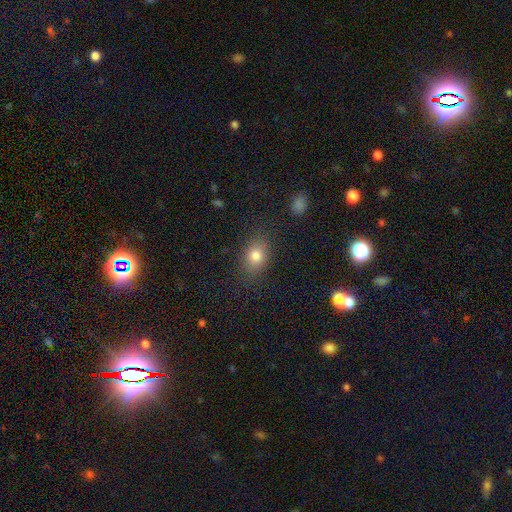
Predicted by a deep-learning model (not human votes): Overall: smooth (80%). How rounded: in between (65%; round 34%). Merging: none (81%).